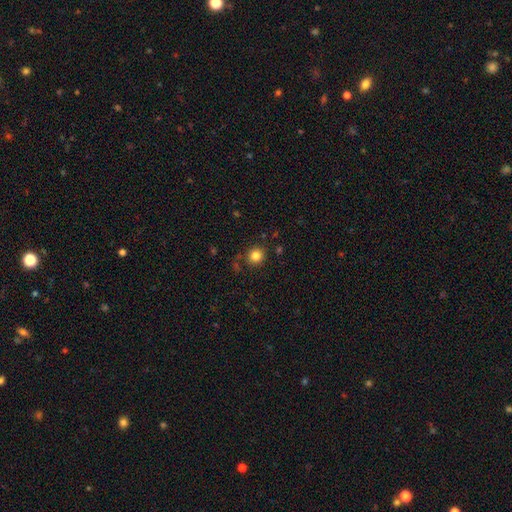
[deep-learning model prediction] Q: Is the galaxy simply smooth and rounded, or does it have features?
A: smooth — 83%.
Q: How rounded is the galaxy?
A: round — 89%.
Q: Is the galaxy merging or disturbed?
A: none — 85%.